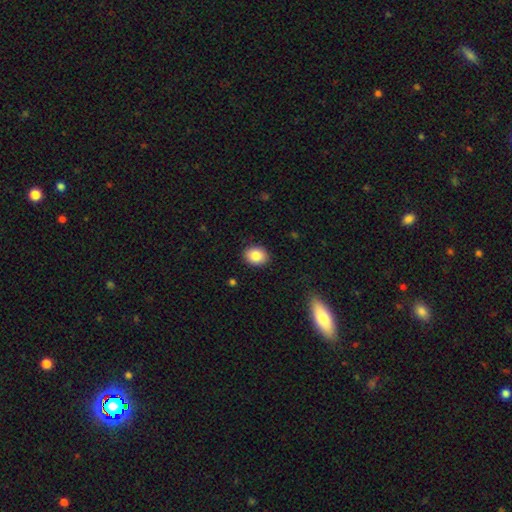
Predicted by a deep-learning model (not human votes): Morphology: type=smooth (86%); roundness=in between (54%); merging=none (89%).